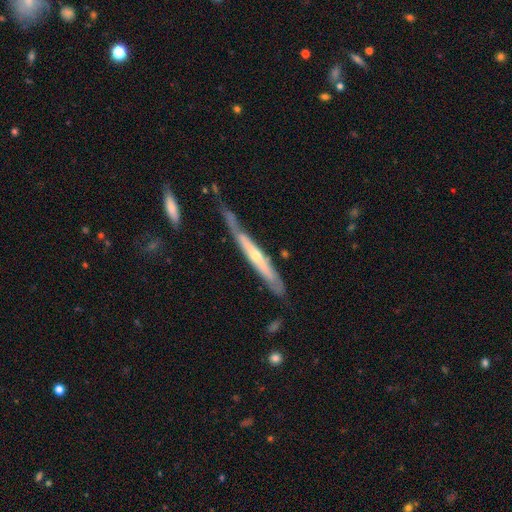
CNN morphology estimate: smooth_or_featured: featured or disk (p=0.68) [alt: smooth p=0.26]
disk_edge_on: yes (p=0.86) [alt: no p=0.14]
edge_on_bulge: rounded (p=0.58) [alt: none p=0.37]
merging: none (p=0.55) [alt: minor disturbance p=0.29]